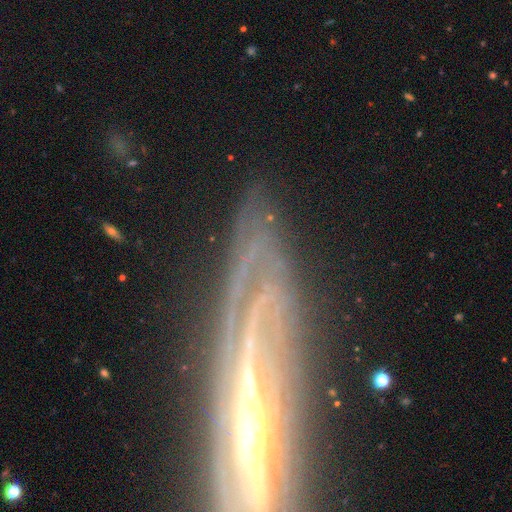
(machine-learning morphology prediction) smooth-or-featured: featured or disk: 81% | star or artifact: 10% | smooth: 9%
  disk-edge-on: yes: 56% | no: 44%
  merging: none: 75% | minor disturbance: 14% | major disturbance: 8% | merger: 3%